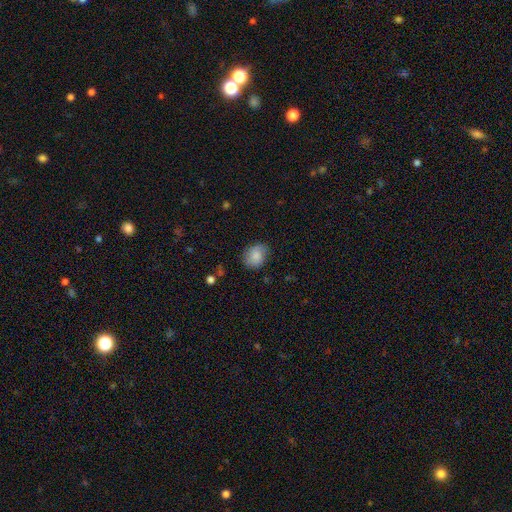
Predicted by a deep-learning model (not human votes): Morphology: type=smooth (84%); roundness=round (55%); merging=none (74%).